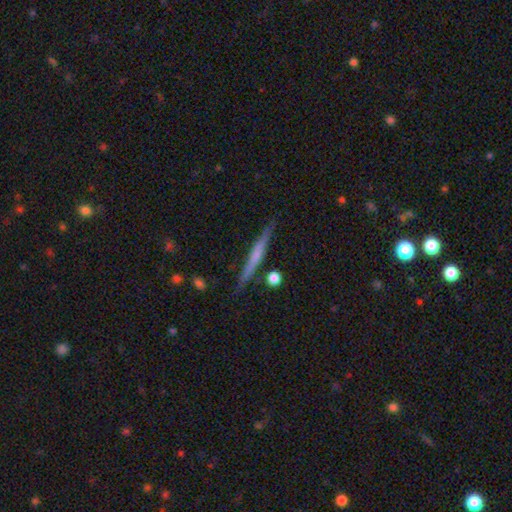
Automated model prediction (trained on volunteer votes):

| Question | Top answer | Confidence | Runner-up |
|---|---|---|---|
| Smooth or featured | featured or disk | 54% | smooth (40%) |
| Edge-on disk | yes | 97% | no (3%) |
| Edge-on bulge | none | 66% | rounded (25%) |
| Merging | none | 87% | minor disturbance (8%) |